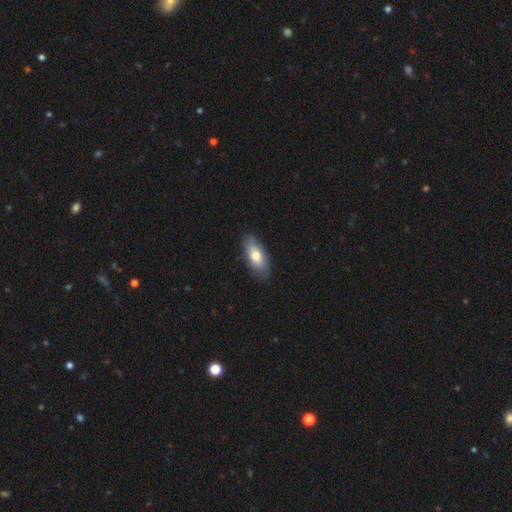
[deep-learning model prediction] Smooth or featured? Predicted: smooth (p=0.72). How rounded? Predicted: in between (p=0.81). Merging? Predicted: none (p=0.83).